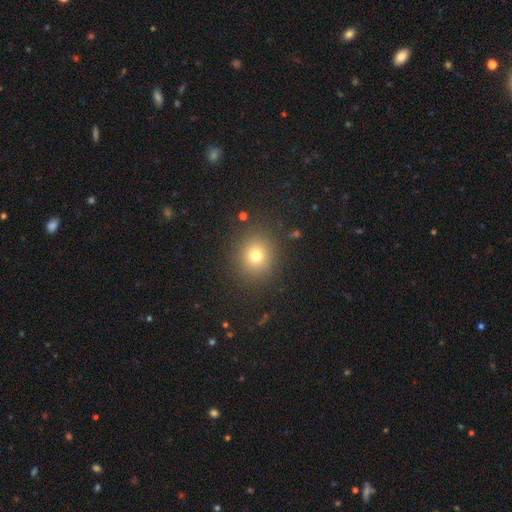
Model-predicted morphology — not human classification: A smooth galaxy with no disk features (74%) that is round (83%). Merging: none (87%).